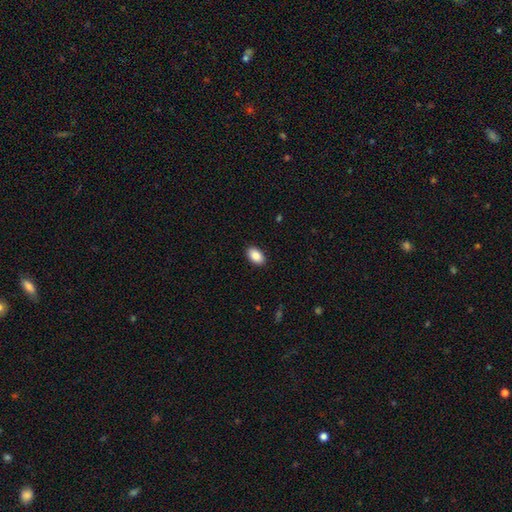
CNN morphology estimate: Smooth or featured?
  - smooth: 88% *
  - star or artifact: 7%
  - featured or disk: 5%
How rounded?
  - in between: 93% *
  - round: 6%
  - cigar-shaped: 1%
Merging?
  - none: 90% *
  - minor disturbance: 7%
  - major disturbance: 2%
  - merger: 1%